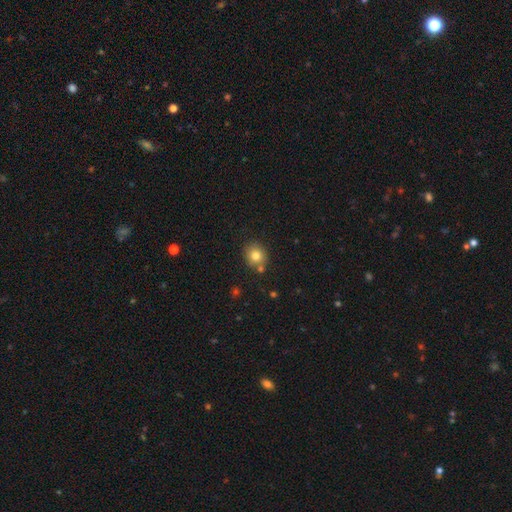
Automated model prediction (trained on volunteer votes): The model was most divided on "how rounded": round: 78%, in between: 21%, cigar-shaped: 1%. More confident: smooth or featured — smooth (79%); merging — none (77%).